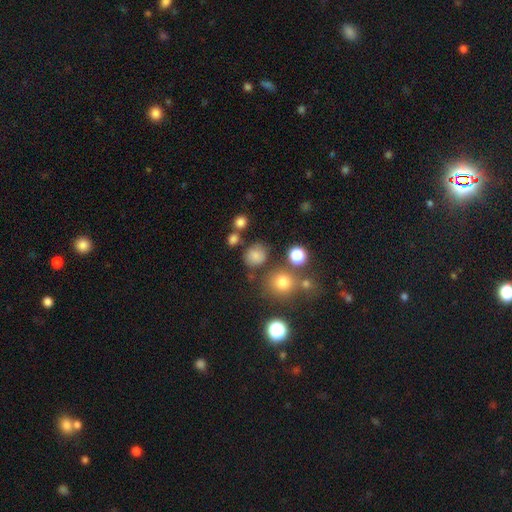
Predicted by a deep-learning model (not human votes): A smooth galaxy with no disk features (77%) that is round (73%). Merging: none (74%).